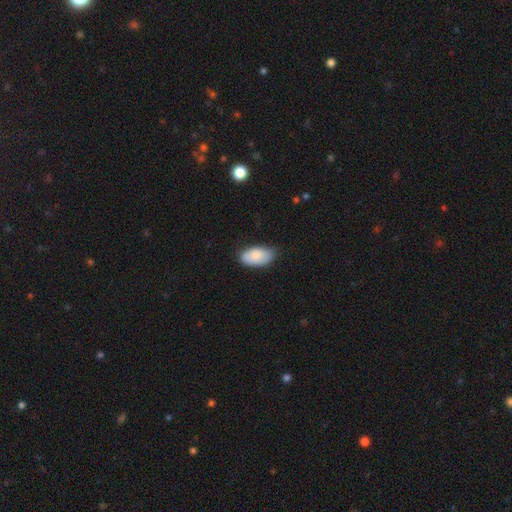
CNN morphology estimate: Smooth or featured? smooth (81%)
How rounded? in between (94%)
Merging? none (74%)